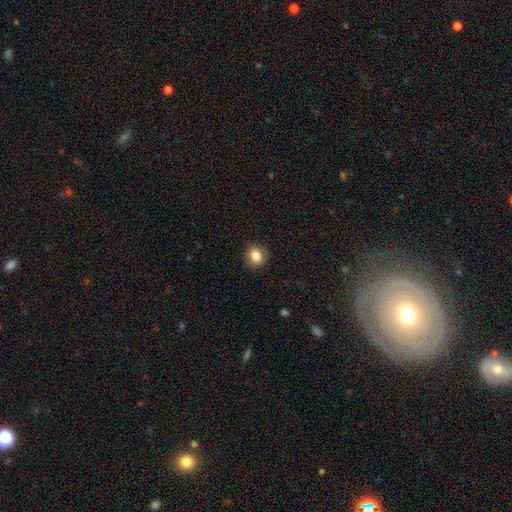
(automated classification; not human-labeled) This is clearly a smooth galaxy (85%). How rounded: likely round (78%). Merging: clearly none (89%).